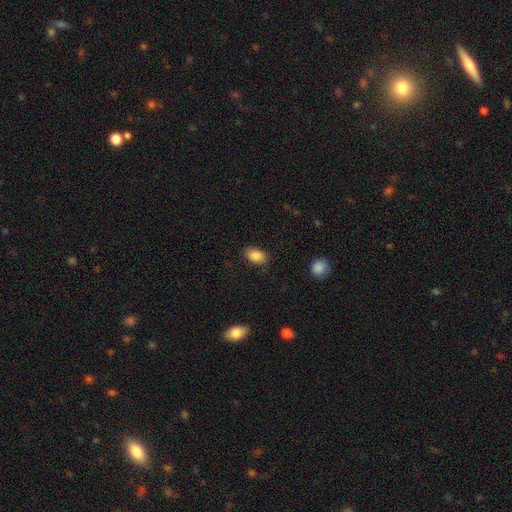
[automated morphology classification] smooth-or-featured: smooth: 88% | star or artifact: 8% | featured or disk: 4%
  how-rounded: in between: 90% | round: 8% | cigar-shaped: 2%
  merging: none: 85% | minor disturbance: 11% | major disturbance: 3% | merger: 1%